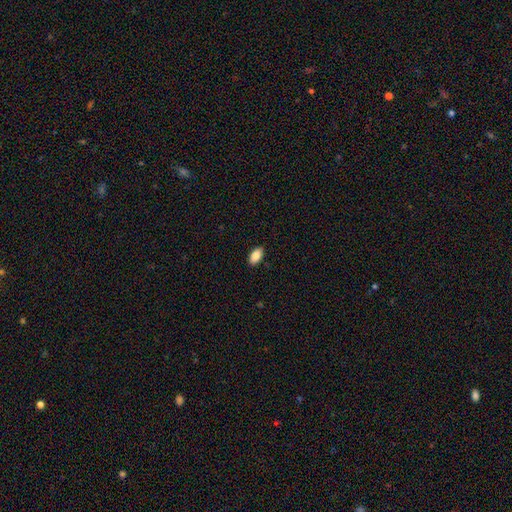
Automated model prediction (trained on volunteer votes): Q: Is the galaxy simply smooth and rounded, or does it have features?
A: smooth — 87%.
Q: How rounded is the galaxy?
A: in between — 93%.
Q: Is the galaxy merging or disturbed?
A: none — 88%.